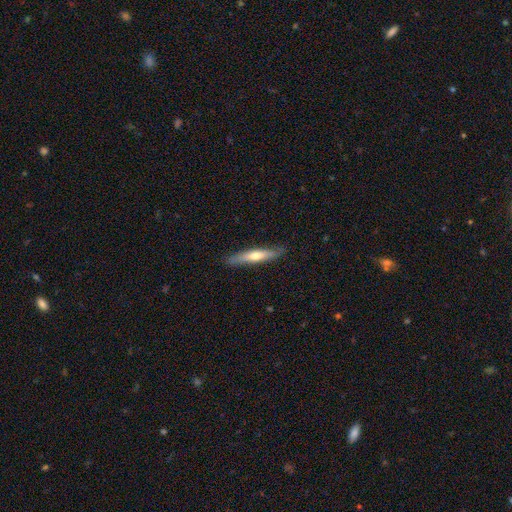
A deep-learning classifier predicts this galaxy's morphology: The model was most divided on "smooth or featured": smooth: 52%, featured or disk: 42%, star or artifact: 5%. More confident: how rounded — cigar-shaped (89%); merging — none (85%).